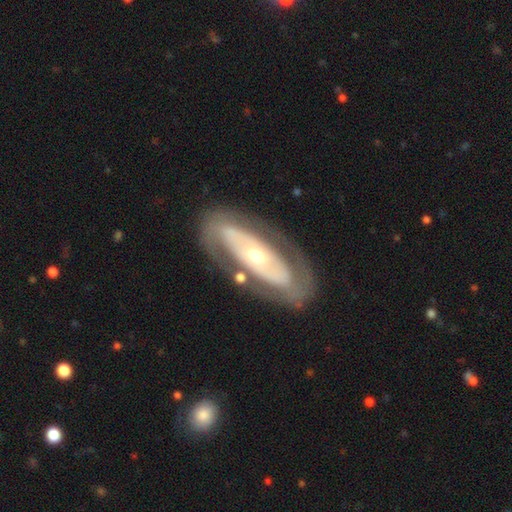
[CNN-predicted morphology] This is likely a featured or disk galaxy (75%). It is clearly not viewed edge-on (88%). Bar: likely no (73%). Spiral arm pattern: possibly no (54%). Central bulge: possibly small (51%). Merging: likely none (76%).